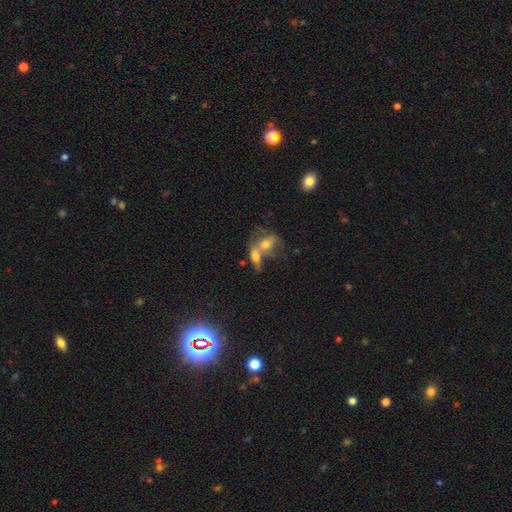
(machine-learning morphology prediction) This appears to be a smooth galaxy with no disk features (49%). Merging: merger (67%).